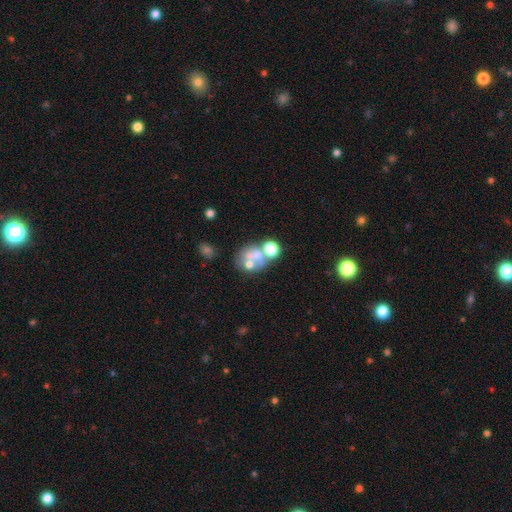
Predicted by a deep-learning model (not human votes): Overall: smooth (48%; featured or disk 35%). Merging: merger (48%; none 31%).